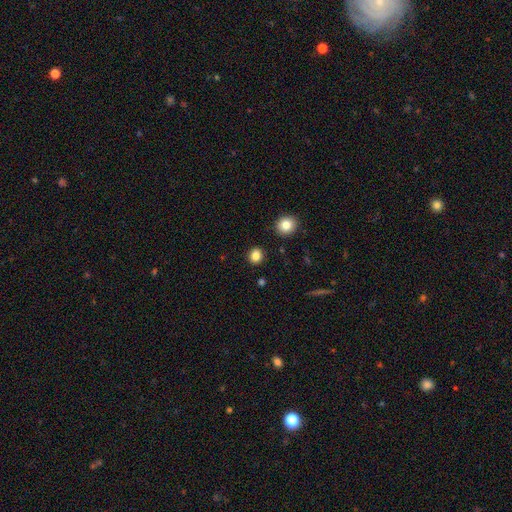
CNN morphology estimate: A smooth galaxy with no disk features (85%) that is round (79%).

Vote fractions:
- Smooth or featured? smooth: 85% / star or artifact: 11% / featured or disk: 4%
- How rounded? round: 79% / in between: 20% / cigar-shaped: 1%
- Merging? none: 90% / minor disturbance: 6% / merger: 2% / major disturbance: 2%